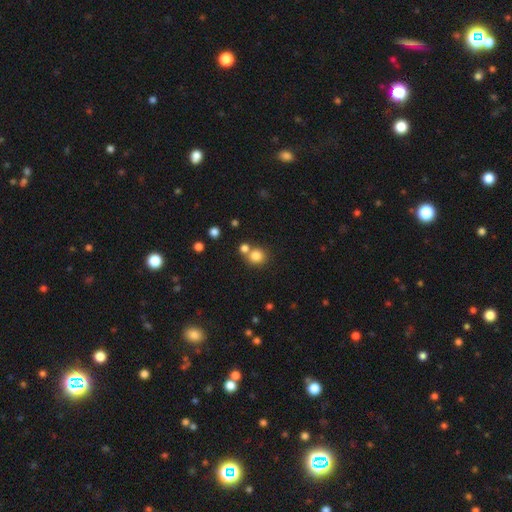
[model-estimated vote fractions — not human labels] Smooth or featured? smooth (81%)
How rounded? round (86%)
Merging? none (62%)